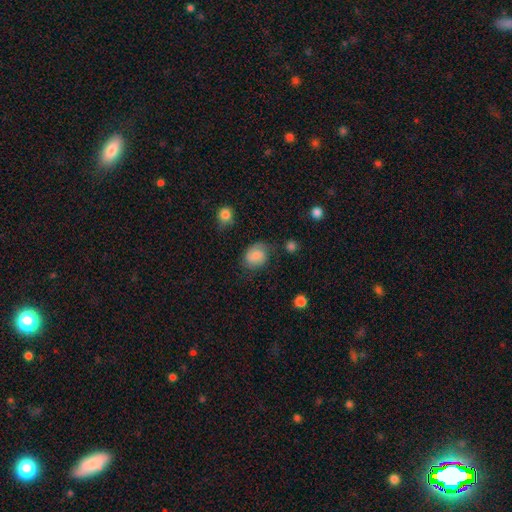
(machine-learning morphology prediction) Smooth or featured: smooth — 63% (featured or disk — 29%)
How rounded: round — 54% (in between — 45%)
Merging: none — 60% (minor disturbance — 26%)